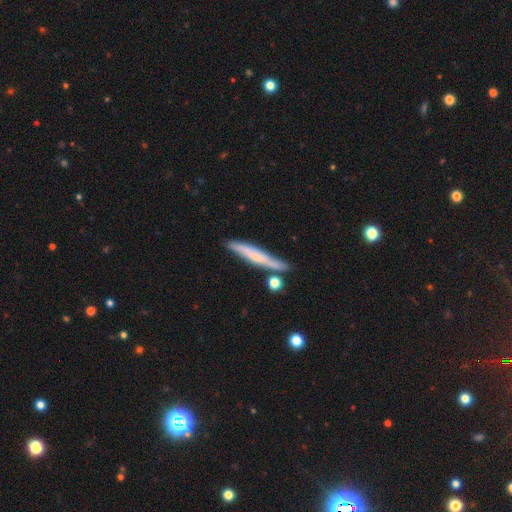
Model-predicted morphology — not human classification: A smooth galaxy with no disk features (48%).

Vote fractions:
- Smooth or featured? smooth: 48% / featured or disk: 45% / star or artifact: 7%
- Merging? none: 73% / minor disturbance: 16% / merger: 7% / major disturbance: 3%